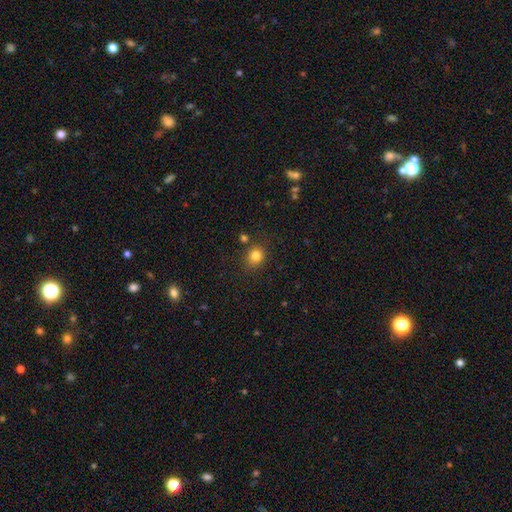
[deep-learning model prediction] The model was most divided on "how rounded": round: 77%, in between: 22%, cigar-shaped: 1%. More confident: smooth or featured — smooth (81%); merging — none (80%).